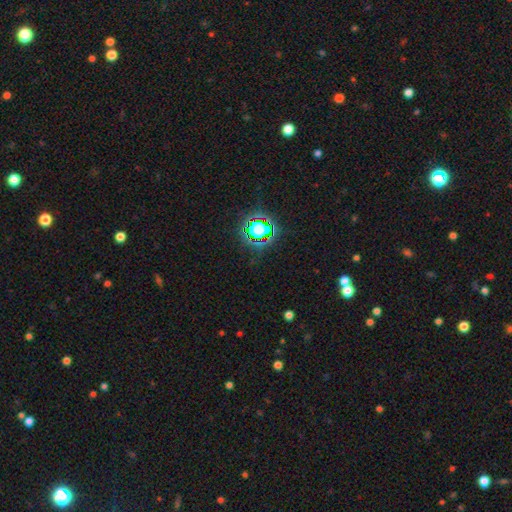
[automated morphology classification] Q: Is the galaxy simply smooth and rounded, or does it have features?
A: star or artifact — 77%.